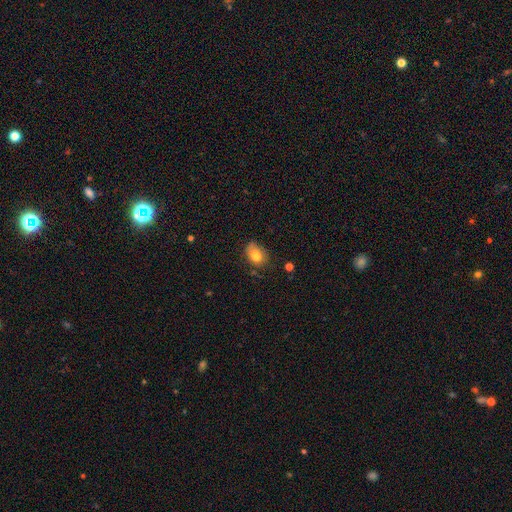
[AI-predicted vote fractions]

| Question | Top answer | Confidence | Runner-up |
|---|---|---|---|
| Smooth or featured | smooth | 76% | featured or disk (15%) |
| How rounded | in between | 79% | round (20%) |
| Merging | none | 58% | minor disturbance (30%) |